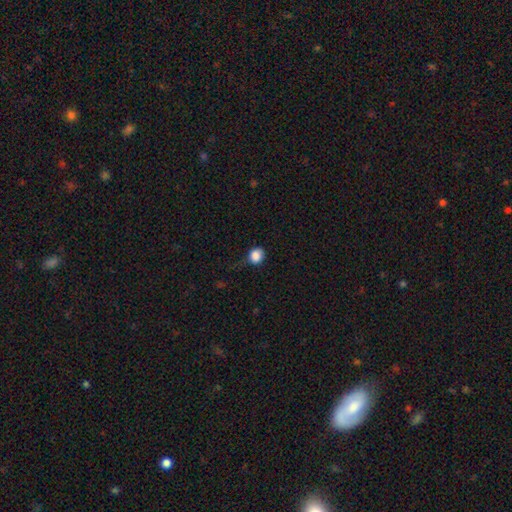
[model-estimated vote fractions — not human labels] Smooth or featured? smooth (86%)
How rounded? round (80%)
Merging? none (58%)